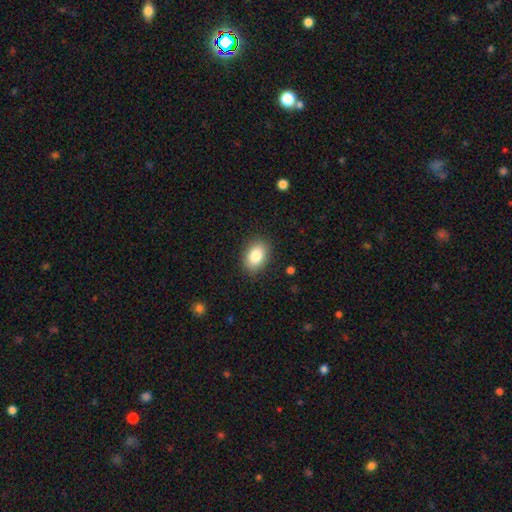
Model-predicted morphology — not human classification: smooth_or_featured: smooth (p=0.85) [alt: star or artifact p=0.08]
how_rounded: in between (p=0.81) [alt: round p=0.18]
merging: none (p=0.88) [alt: minor disturbance p=0.09]